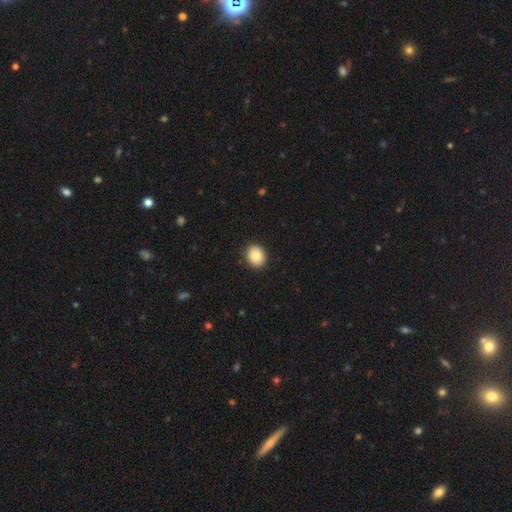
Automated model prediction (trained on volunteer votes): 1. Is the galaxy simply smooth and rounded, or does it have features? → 85% smooth, 8% star or artifact, 7% featured or disk.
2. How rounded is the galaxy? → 67% round, 33% in between, 1% cigar-shaped.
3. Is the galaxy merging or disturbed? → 91% none, 6% minor disturbance, 2% major disturbance, 1% merger.